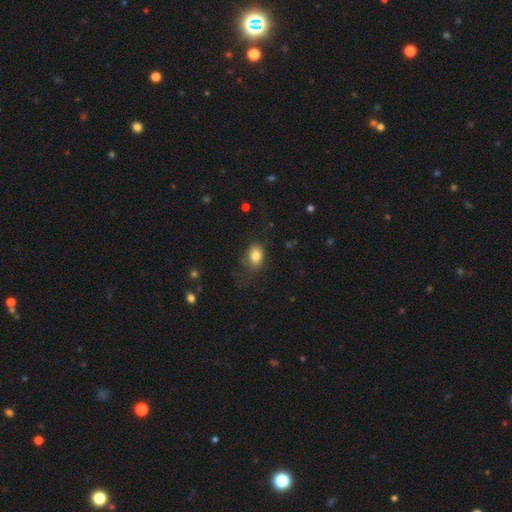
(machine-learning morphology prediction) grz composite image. It shows a smooth galaxy with no disk features (82%) that is in between round and cigar-shaped (79%). Merging: none (63%).